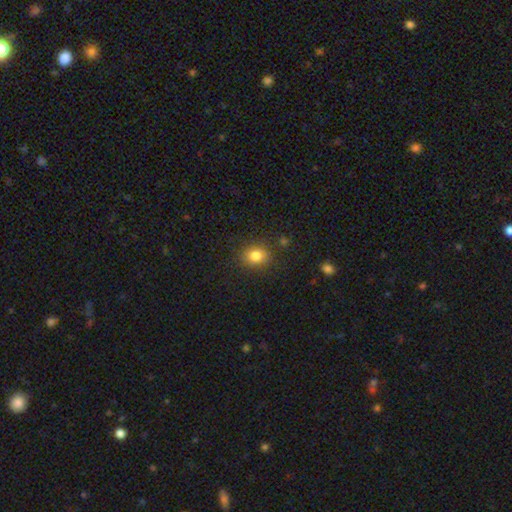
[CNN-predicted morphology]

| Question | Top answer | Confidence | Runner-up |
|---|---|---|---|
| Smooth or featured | smooth | 83% | star or artifact (11%) |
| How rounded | round | 58% | in between (41%) |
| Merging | none | 85% | minor disturbance (10%) |